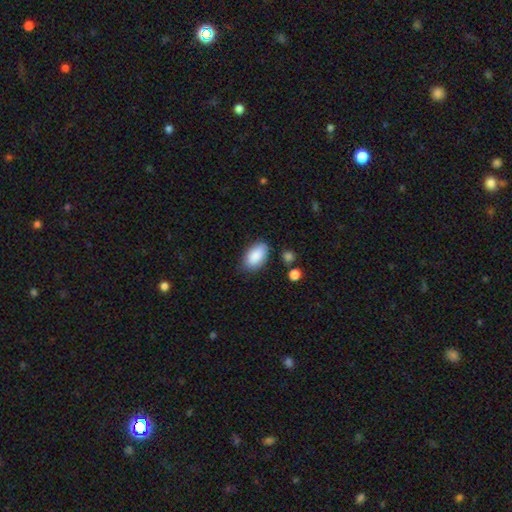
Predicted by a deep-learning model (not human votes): The model was most divided on "merging": none: 78%, minor disturbance: 16%, major disturbance: 3%, merger: 3%. More confident: how rounded — in between (94%); smooth or featured — smooth (89%).